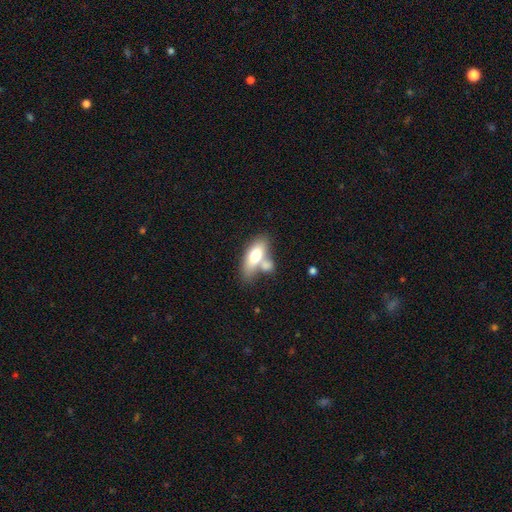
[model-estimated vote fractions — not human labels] This appears to be a smooth galaxy with no disk features (68%) that is in between round and cigar-shaped (77%). Merging: merger (43%).